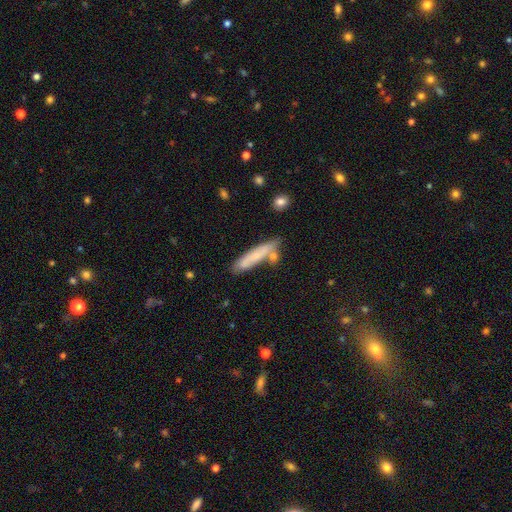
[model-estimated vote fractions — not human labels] smooth_or_featured: smooth (p=0.60) [alt: featured or disk p=0.33]
how_rounded: cigar-shaped (p=0.85) [alt: in between p=0.13]
merging: none (p=0.69) [alt: minor disturbance p=0.16]